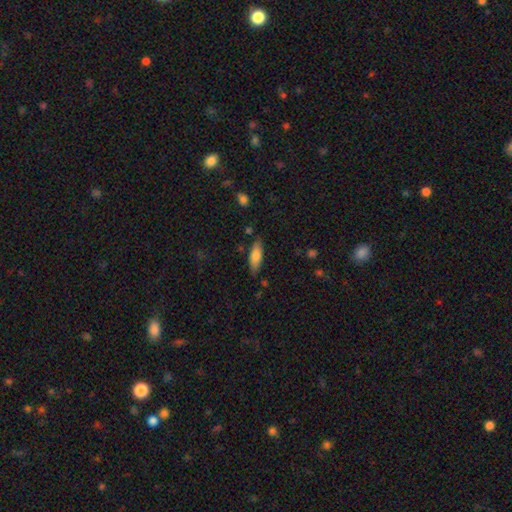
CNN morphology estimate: This is likely a smooth galaxy (74%). How rounded: possibly in between (58%). Merging: likely none (80%).